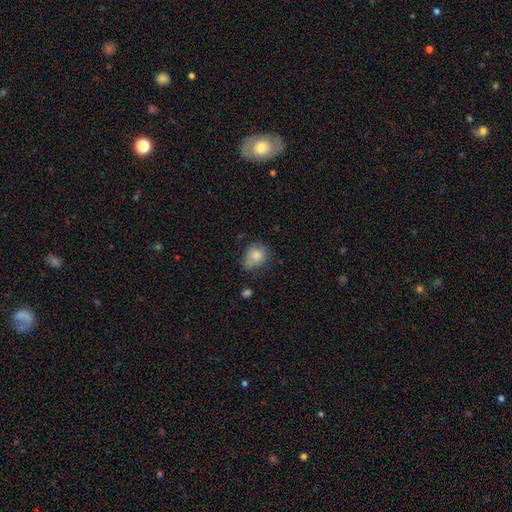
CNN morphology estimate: Smooth or featured? Predicted: smooth (p=0.80). How rounded? Predicted: round (p=0.50). Merging? Predicted: none (p=0.48).